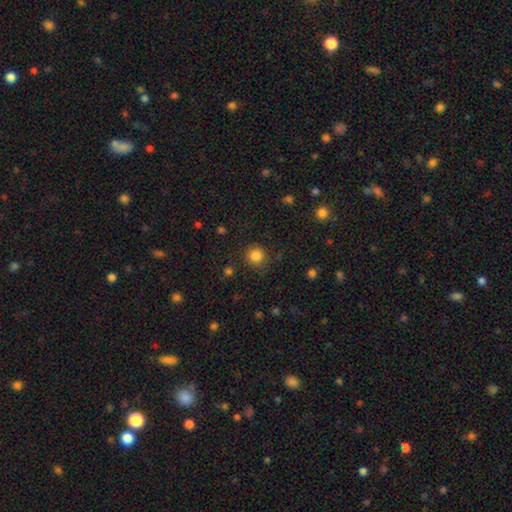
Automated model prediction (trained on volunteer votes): Smooth or featured? Predicted: smooth (p=0.84). How rounded? Predicted: round (p=0.92). Merging? Predicted: none (p=0.86).